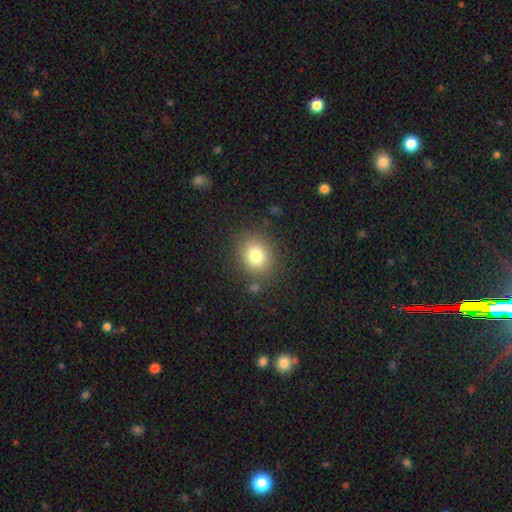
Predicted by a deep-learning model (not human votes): Smooth or featured: smooth — 78% (star or artifact — 12%)
How rounded: round — 71% (in between — 28%)
Merging: none — 85% (minor disturbance — 9%)